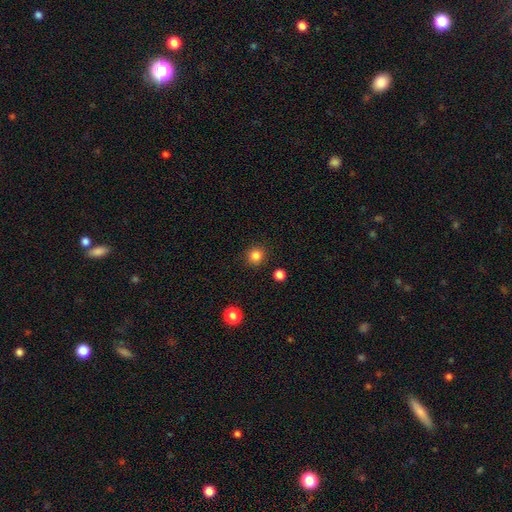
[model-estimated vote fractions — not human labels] This appears to be a smooth galaxy with no disk features (84%) that is round (93%). Merging: none (91%).